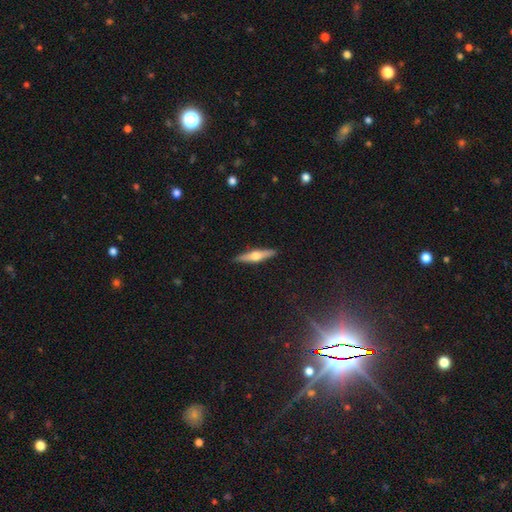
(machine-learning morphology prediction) A featured or disk galaxy (62%) viewed edge-on (96%) with a rounded central bulge (94%). Merging: none (90%).